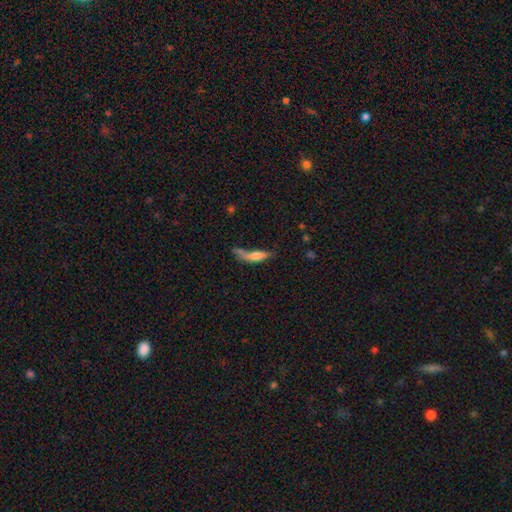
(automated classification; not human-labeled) This appears to be a smooth galaxy with no disk features (63%) that is cigar-shaped (66%). Merging: none (33%).